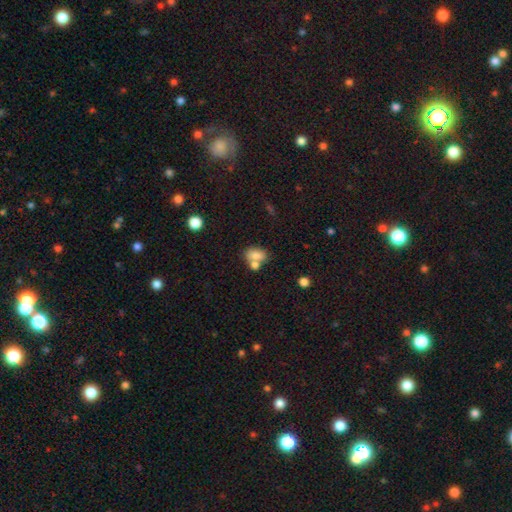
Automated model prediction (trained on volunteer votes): A smooth galaxy with no disk features (79%) that is in between round and cigar-shaped (79%). Merging: none (42%, tied with merger).